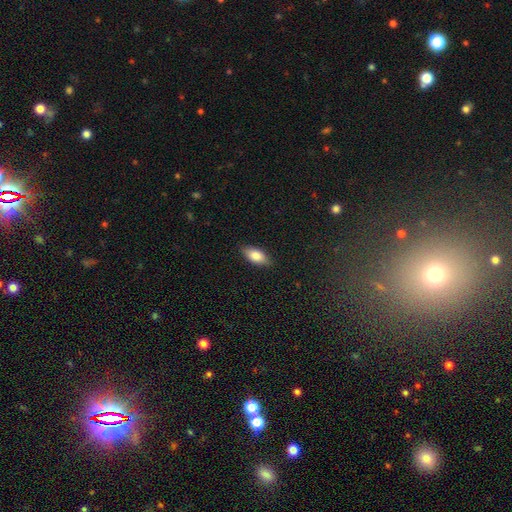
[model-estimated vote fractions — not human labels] The model was most divided on "smooth or featured": smooth: 81%, featured or disk: 12%, star or artifact: 7%. More confident: how rounded — in between (88%); merging — none (86%).